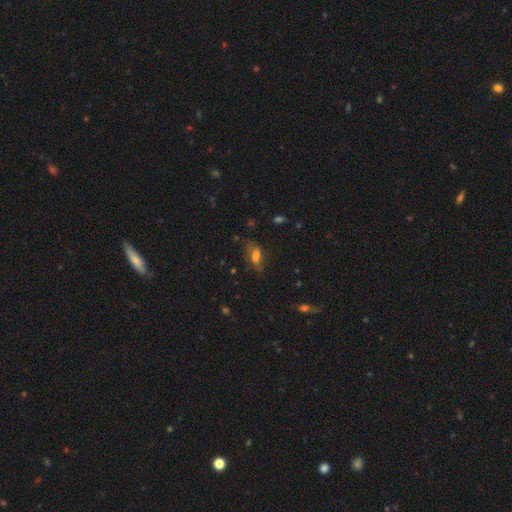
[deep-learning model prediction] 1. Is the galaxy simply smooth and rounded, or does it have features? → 54% smooth, 30% featured or disk, 16% star or artifact.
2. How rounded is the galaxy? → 75% in between, 19% cigar-shaped, 6% round.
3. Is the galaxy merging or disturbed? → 47% none, 26% minor disturbance, 22% major disturbance, 4% merger.